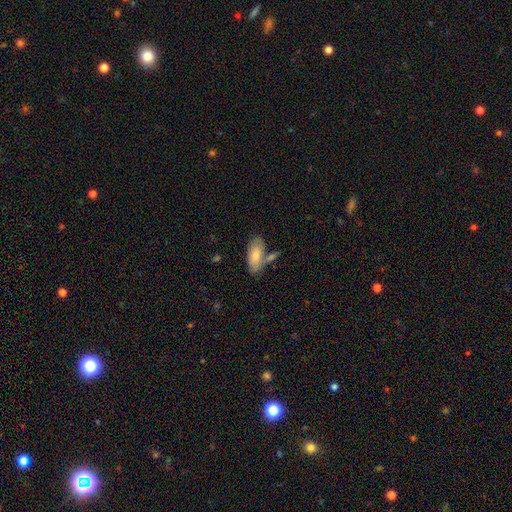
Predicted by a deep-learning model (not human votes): Smooth or featured? smooth (78%)
How rounded? in between (88%)
Merging? none (57%)